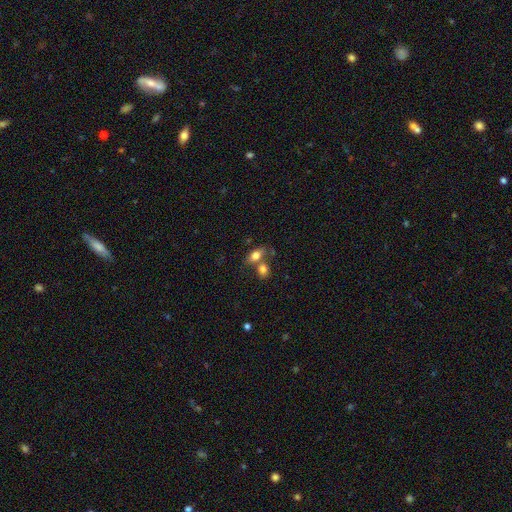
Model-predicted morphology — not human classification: Q: Smooth or featured?
A: smooth (77%); runner-up: featured or disk (14%)
Q: How rounded?
A: in between (77%); runner-up: round (18%)
Q: Merging?
A: none (45%); runner-up: merger (38%)